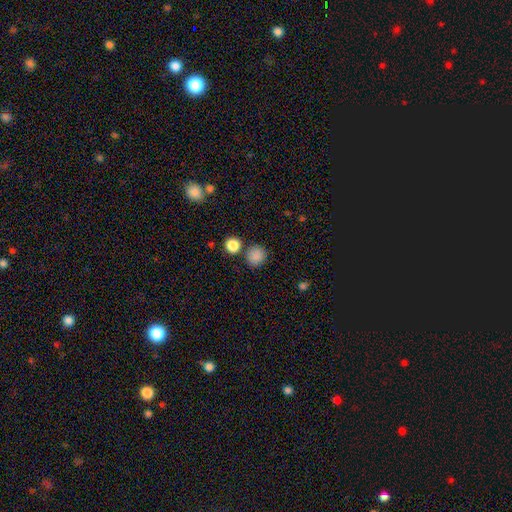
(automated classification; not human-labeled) Q: Smooth or featured?
A: smooth (86%); runner-up: star or artifact (11%)
Q: How rounded?
A: round (86%); runner-up: in between (13%)
Q: Merging?
A: none (78%); runner-up: minor disturbance (10%)